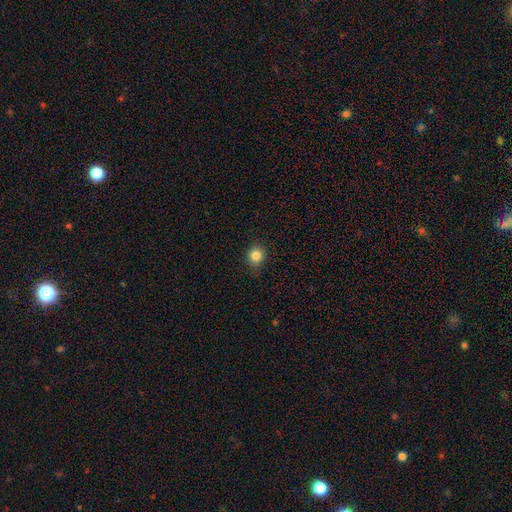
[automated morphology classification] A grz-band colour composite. It shows a smooth galaxy with no disk features (83%) that is round (84%). Merging: none (84%).